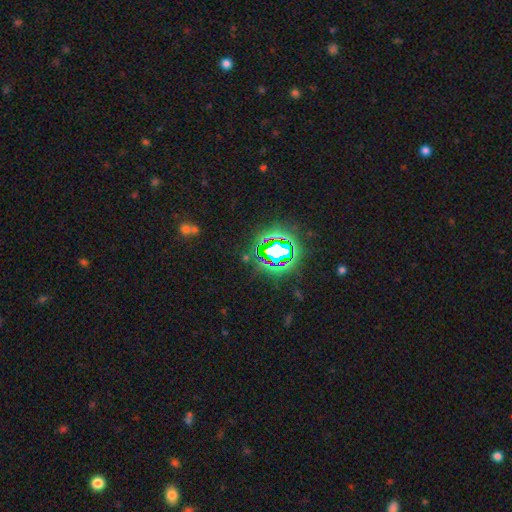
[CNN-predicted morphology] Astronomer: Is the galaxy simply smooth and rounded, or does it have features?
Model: star or artifact — 82%.